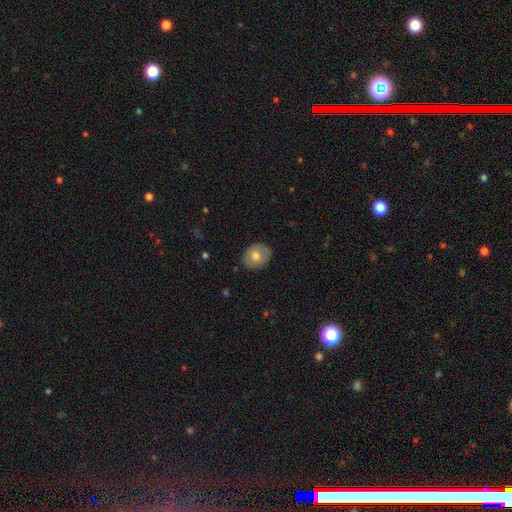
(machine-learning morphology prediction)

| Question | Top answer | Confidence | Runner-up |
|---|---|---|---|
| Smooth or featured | smooth | 66% | featured or disk (27%) |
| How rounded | in between | 52% | round (47%) |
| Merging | none | 84% | minor disturbance (12%) |